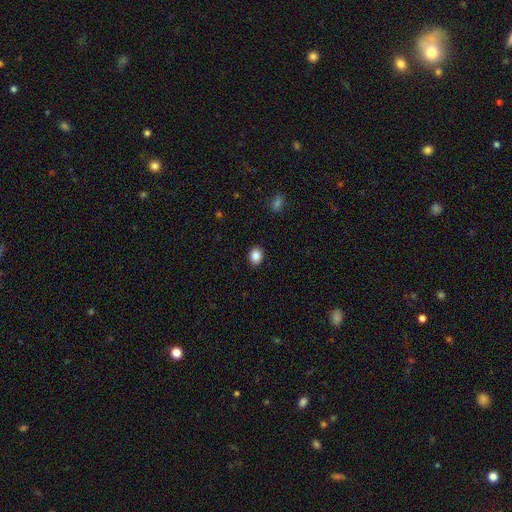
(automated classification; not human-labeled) Smooth or featured? Predicted: smooth (p=0.87). How rounded? Predicted: round (p=0.57). Merging? Predicted: none (p=0.90).